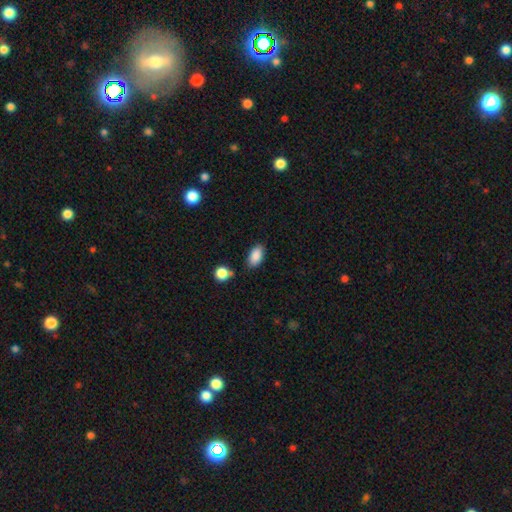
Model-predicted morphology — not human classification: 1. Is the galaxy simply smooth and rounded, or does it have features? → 88% smooth, 7% star or artifact, 5% featured or disk.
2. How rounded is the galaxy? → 91% in between, 5% round, 3% cigar-shaped.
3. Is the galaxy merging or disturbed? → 77% none, 15% minor disturbance, 5% merger, 3% major disturbance.